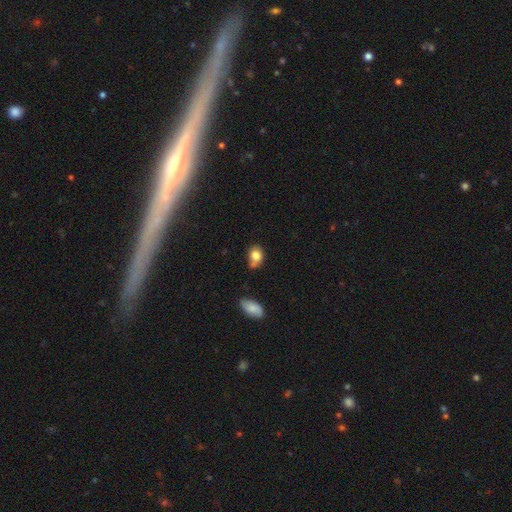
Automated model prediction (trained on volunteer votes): Smooth or featured: smooth — 80% (featured or disk — 11%)
How rounded: in between — 59% (round — 40%)
Merging: none — 44% (minor disturbance — 32%)